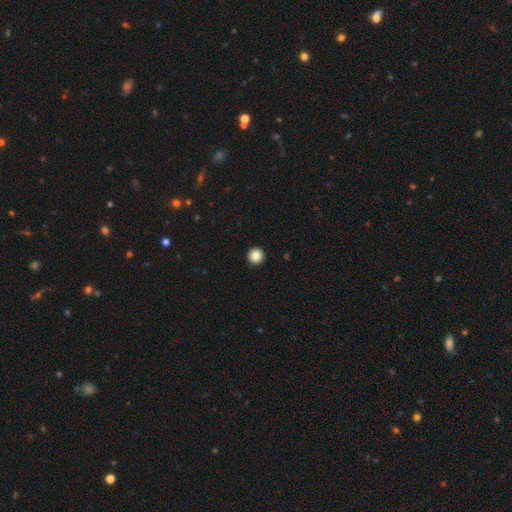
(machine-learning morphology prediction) type=smooth (86%); roundness=round (96%); merging=none (94%).